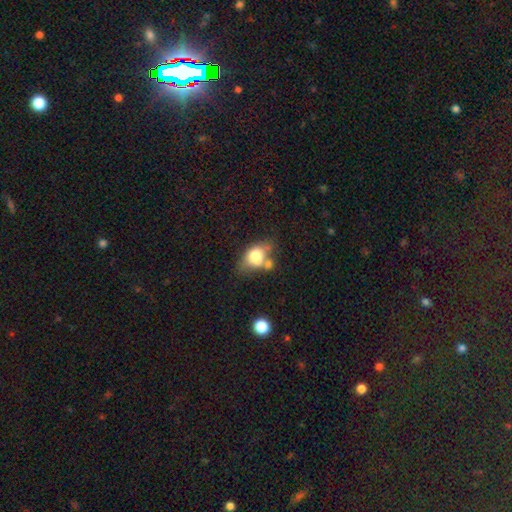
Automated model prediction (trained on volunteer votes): Q: Smooth or featured?
A: smooth (67%); runner-up: featured or disk (24%)
Q: How rounded?
A: in between (72%); runner-up: round (25%)
Q: Merging?
A: none (35%); runner-up: merger (34%)